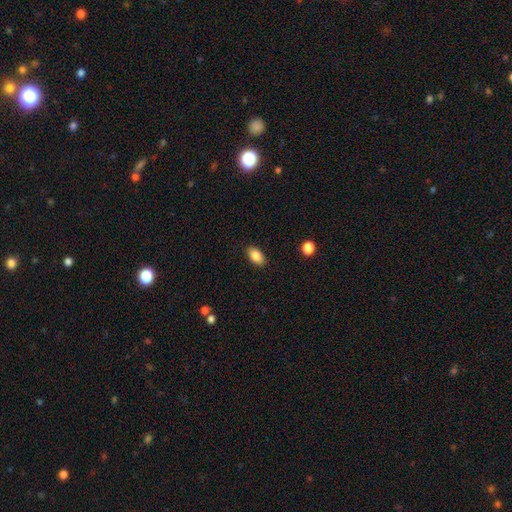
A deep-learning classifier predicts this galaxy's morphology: A smooth galaxy with no disk features (85%) that is in between round and cigar-shaped (91%).

Vote fractions:
- Smooth or featured? smooth: 85% / star or artifact: 8% / featured or disk: 7%
- How rounded? in between: 91% / round: 5% / cigar-shaped: 3%
- Merging? none: 88% / minor disturbance: 9% / major disturbance: 2% / merger: 1%